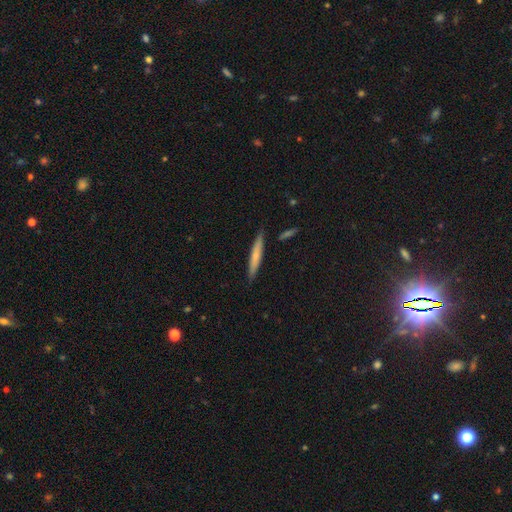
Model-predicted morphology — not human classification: This appears to be a smooth galaxy with no disk features (62%) that is cigar-shaped (93%). Merging: none (86%).